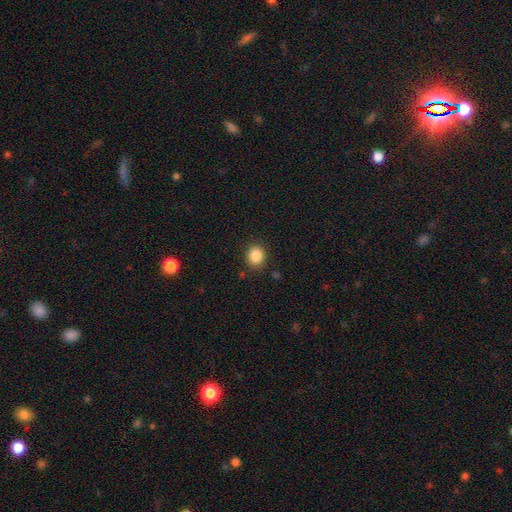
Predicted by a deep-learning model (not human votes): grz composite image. It shows a smooth galaxy with no disk features (86%) that is round (77%). Merging: none (88%).